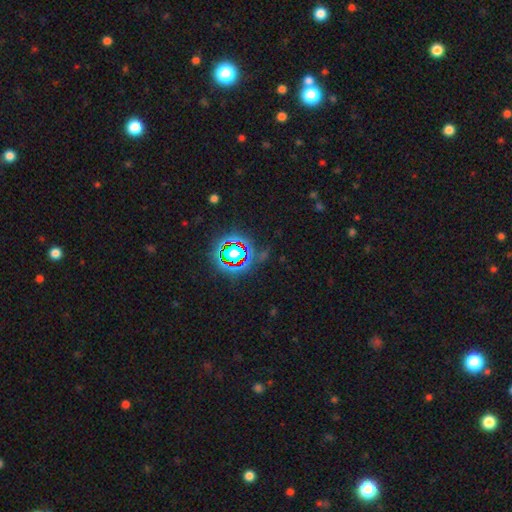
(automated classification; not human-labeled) This is likely a star or artifact rather than a galaxy (79%).